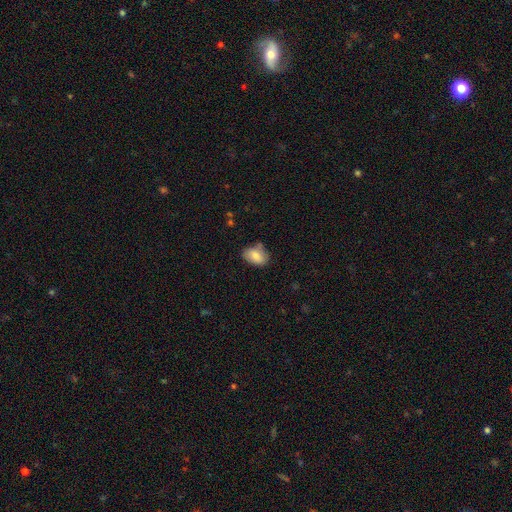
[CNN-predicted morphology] This appears to be a smooth galaxy with no disk features (81%) that is in between round and cigar-shaped (84%). Merging: none (66%).